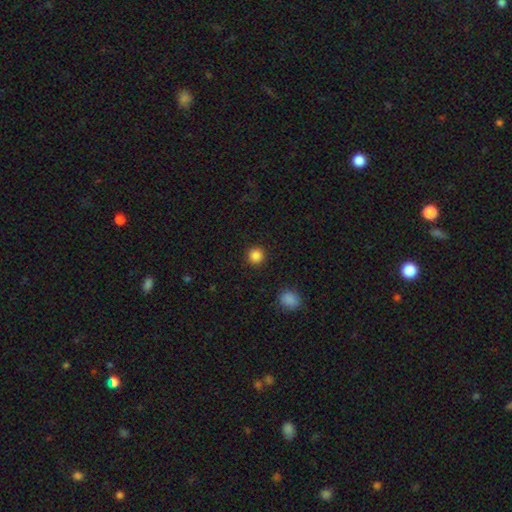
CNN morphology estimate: A smooth galaxy with no disk features (86%) that is round (95%).

Vote fractions:
- Smooth or featured? smooth: 86% / star or artifact: 11% / featured or disk: 3%
- How rounded? round: 95% / in between: 4% / cigar-shaped: 1%
- Merging? none: 92% / minor disturbance: 5% / major disturbance: 2% / merger: 1%